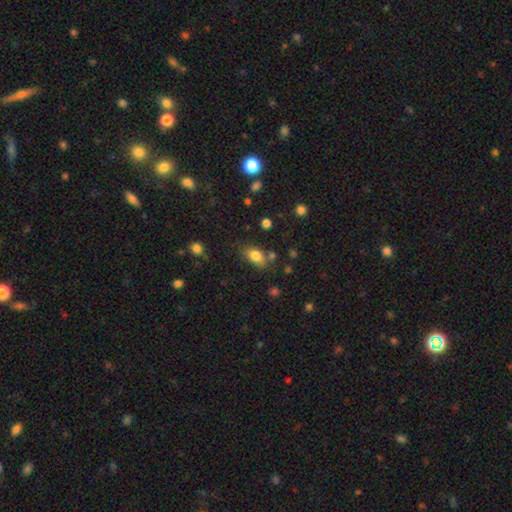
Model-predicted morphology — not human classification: Smooth or featured? smooth (82%)
How rounded? in between (82%)
Merging? none (66%)